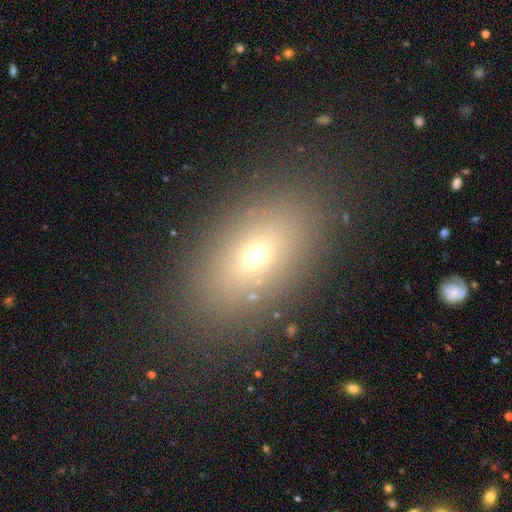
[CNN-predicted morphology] Overall: smooth (64%). How rounded: in between (80%). Merging: none (84%).